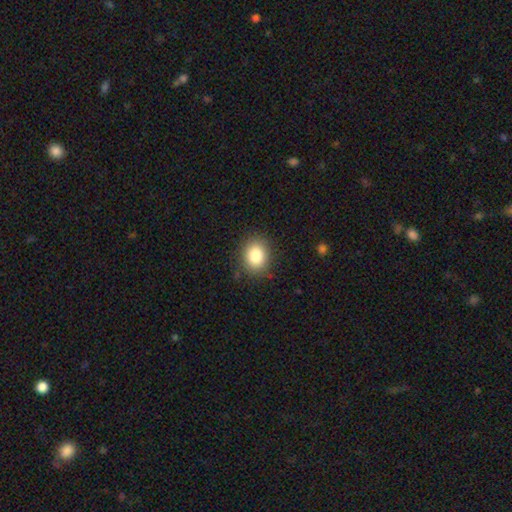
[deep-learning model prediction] smooth 83%, star or artifact 10%, featured or disk 7%. Down the decision tree: how rounded — round (55%); merging — none (86%).